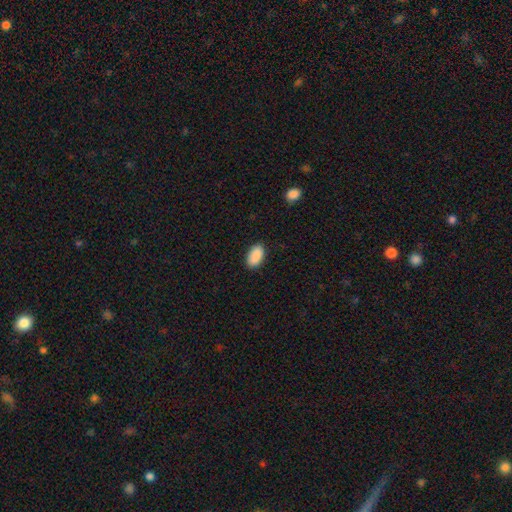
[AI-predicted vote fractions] This is clearly a smooth galaxy (91%). How rounded: clearly in between (95%). Merging: clearly none (88%).